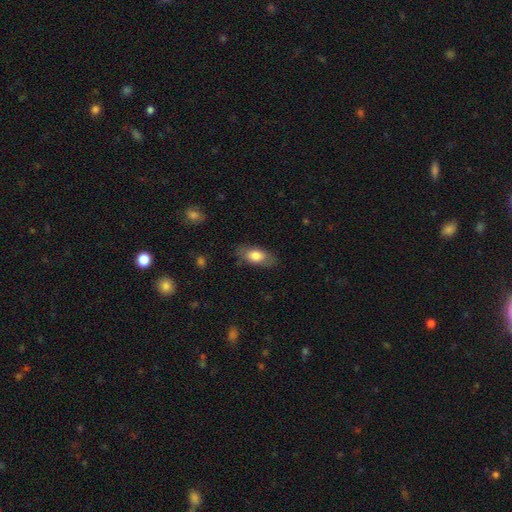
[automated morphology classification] Smooth or featured: smooth — 75% (featured or disk — 18%)
How rounded: in between — 87% (cigar-shaped — 9%)
Merging: none — 77% (minor disturbance — 16%)